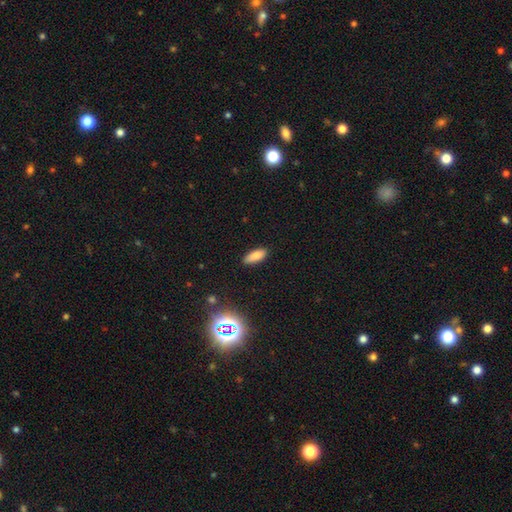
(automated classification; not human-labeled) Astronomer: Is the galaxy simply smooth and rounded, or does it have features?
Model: smooth — 83%.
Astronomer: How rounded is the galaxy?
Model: in between — 72%.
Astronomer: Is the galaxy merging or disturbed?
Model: none — 86%.